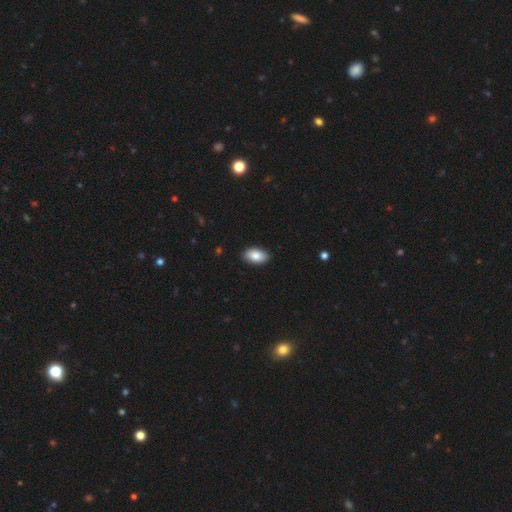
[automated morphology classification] Smooth or featured: smooth — 86% (featured or disk — 8%)
How rounded: in between — 94% (round — 4%)
Merging: none — 89% (minor disturbance — 9%)